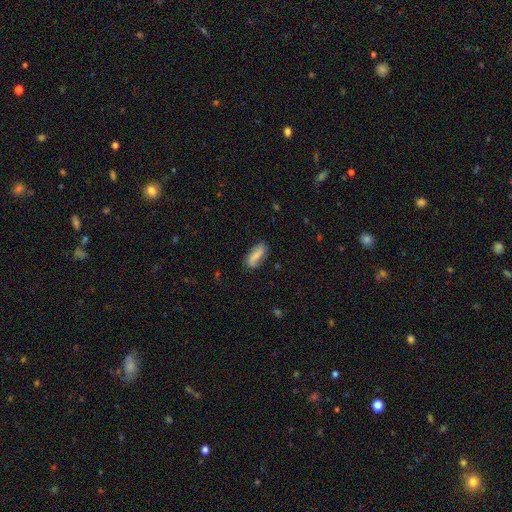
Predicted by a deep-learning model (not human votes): A smooth galaxy with no disk features (69%) that is in between round and cigar-shaped (68%).

Vote fractions:
- Smooth or featured? smooth: 69% / featured or disk: 24% / star or artifact: 7%
- How rounded? in between: 68% / cigar-shaped: 29% / round: 3%
- Merging? none: 77% / minor disturbance: 17% / major disturbance: 4% / merger: 2%